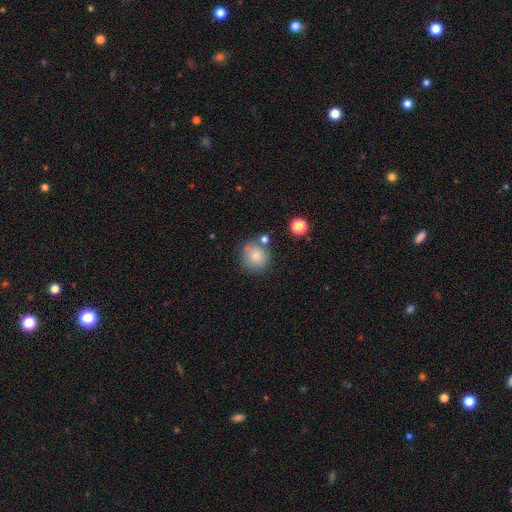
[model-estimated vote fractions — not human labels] Smooth or featured? Predicted: smooth (p=0.80). How rounded? Predicted: round (p=0.91). Merging? Predicted: none (p=0.71).